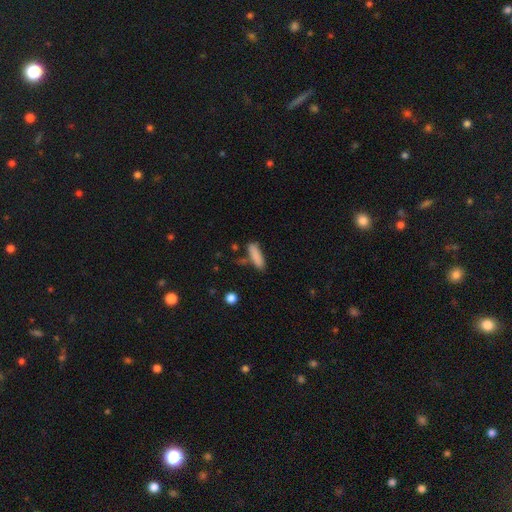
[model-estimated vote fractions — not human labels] Smooth or featured? Predicted: smooth (p=0.86). How rounded? Predicted: cigar-shaped (p=0.64). Merging? Predicted: none (p=0.75).